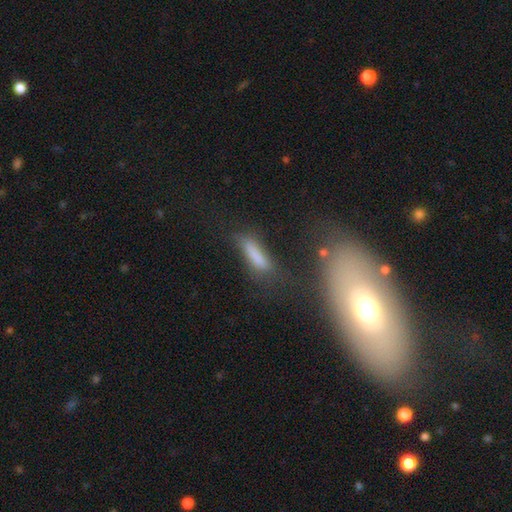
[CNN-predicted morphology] The model was most divided on "merging": none: 63%, minor disturbance: 22%, major disturbance: 10%, merger: 5%. More confident: how rounded — cigar-shaped (77%); smooth or featured — smooth (77%).